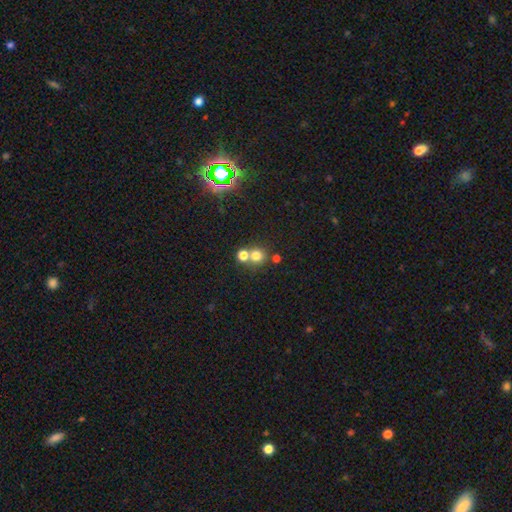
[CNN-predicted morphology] Smooth or featured?
  - smooth: 73% *
  - star or artifact: 17%
  - featured or disk: 9%
How rounded?
  - round: 88% *
  - in between: 11%
  - cigar-shaped: 1%
Merging?
  - none: 55% *
  - merger: 36%
  - minor disturbance: 6%
  - major disturbance: 3%